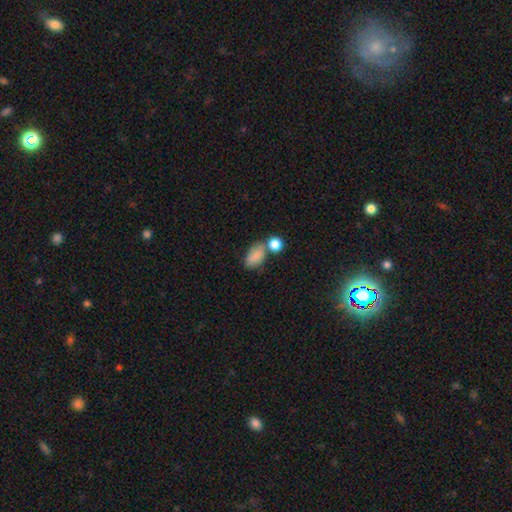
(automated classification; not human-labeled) smooth 81%, star or artifact 10%, featured or disk 9%. Down the decision tree: how rounded — in between (85%); merging — none (45%).